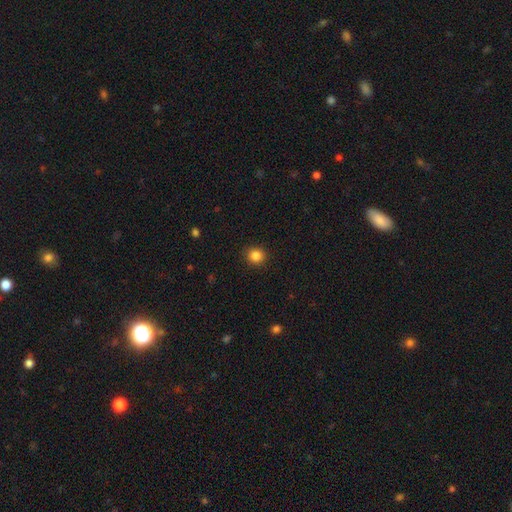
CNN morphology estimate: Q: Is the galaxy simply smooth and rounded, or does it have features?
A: smooth — 85%.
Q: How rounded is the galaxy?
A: round — 87%.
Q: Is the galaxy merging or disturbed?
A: none — 91%.